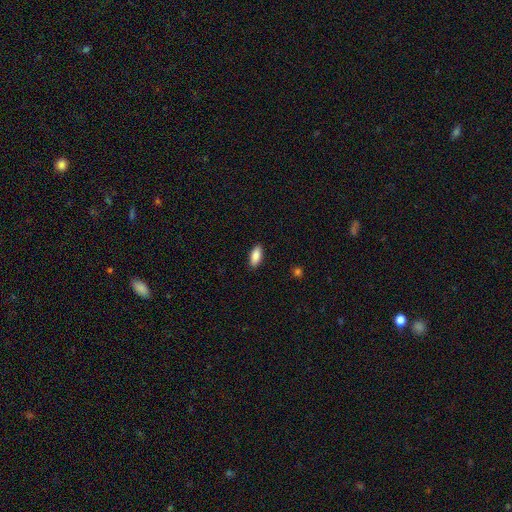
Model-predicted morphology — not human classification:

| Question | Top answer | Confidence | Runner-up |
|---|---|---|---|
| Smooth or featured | smooth | 88% | star or artifact (6%) |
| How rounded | in between | 85% | cigar-shaped (13%) |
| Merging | none | 89% | minor disturbance (8%) |